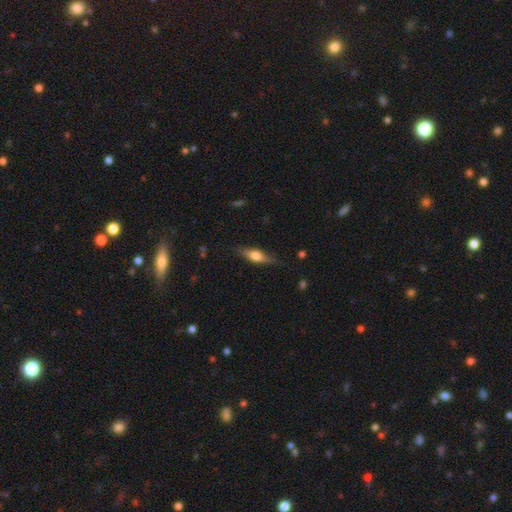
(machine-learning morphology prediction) Smooth or featured? Predicted: featured or disk (p=0.48). Merging? Predicted: none (p=0.81).